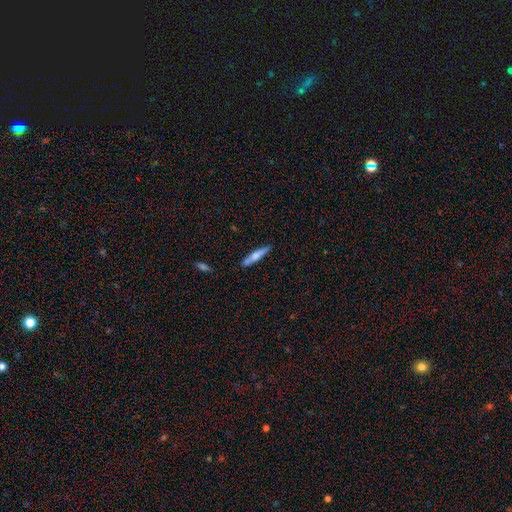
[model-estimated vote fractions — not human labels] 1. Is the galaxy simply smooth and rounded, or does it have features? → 60% smooth, 34% featured or disk, 6% star or artifact.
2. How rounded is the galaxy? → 89% cigar-shaped, 10% in between, 2% round.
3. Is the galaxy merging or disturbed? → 73% none, 15% minor disturbance, 9% merger, 3% major disturbance.